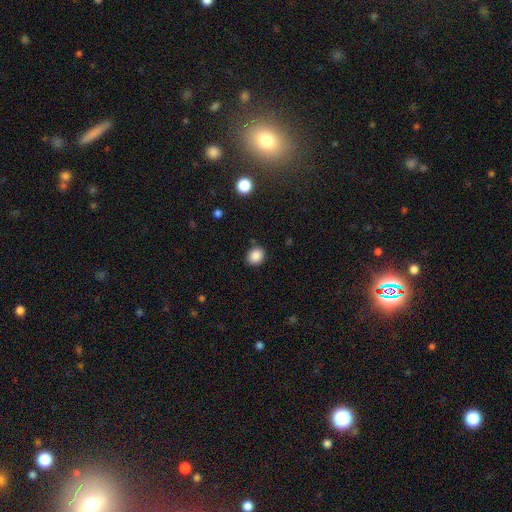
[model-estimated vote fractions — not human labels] Smooth or featured? smooth (87%)
How rounded? round (66%)
Merging? none (86%)